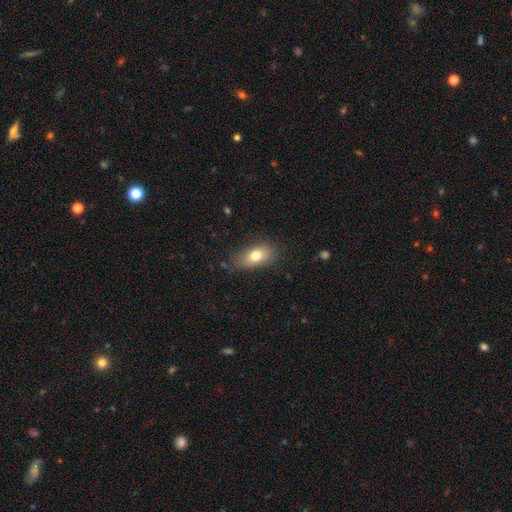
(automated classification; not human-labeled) Q: Smooth or featured?
A: smooth (77%); runner-up: featured or disk (15%)
Q: How rounded?
A: in between (86%); runner-up: round (7%)
Q: Merging?
A: none (78%); runner-up: minor disturbance (17%)